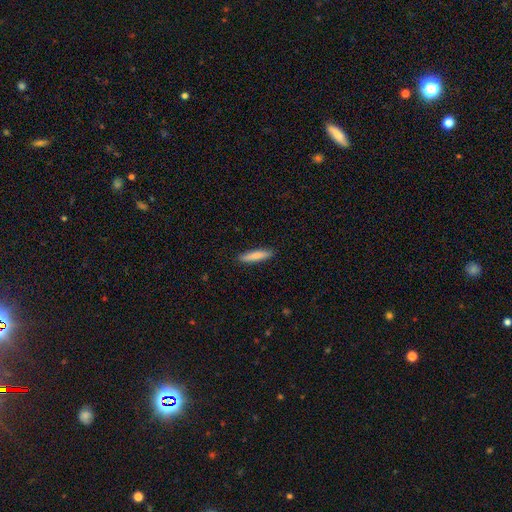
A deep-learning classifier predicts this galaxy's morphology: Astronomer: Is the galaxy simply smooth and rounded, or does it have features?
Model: smooth — 81%.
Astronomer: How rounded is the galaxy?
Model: cigar-shaped — 86%.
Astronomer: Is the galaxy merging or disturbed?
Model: none — 90%.